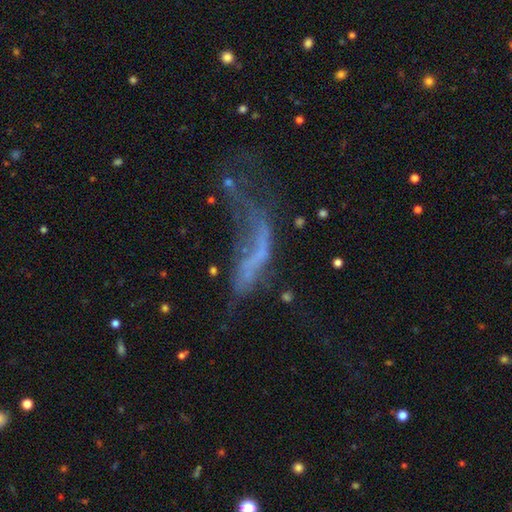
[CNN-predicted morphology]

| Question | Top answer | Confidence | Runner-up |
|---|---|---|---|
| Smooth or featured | featured or disk | 52% | smooth (28%) |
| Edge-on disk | no | 85% | yes (15%) |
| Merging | major disturbance | 50% | none (20%) |